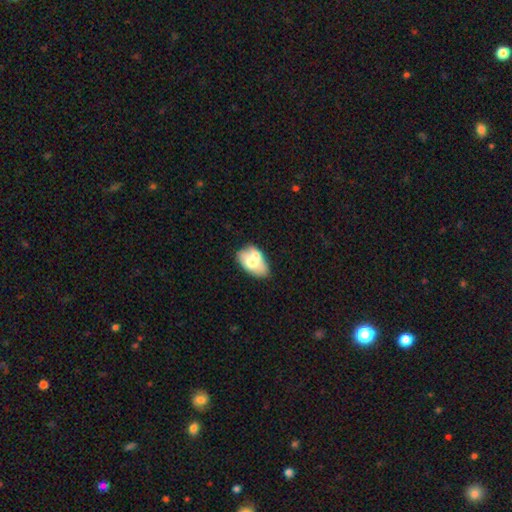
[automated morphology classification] This is likely a smooth galaxy (60%). How rounded: clearly in between (88%). Merging: marginally merger (41%).